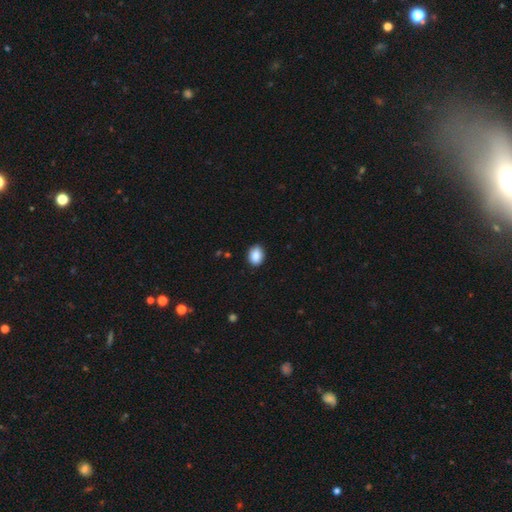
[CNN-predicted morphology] Smooth or featured? smooth (89%)
How rounded? in between (67%)
Merging? none (87%)